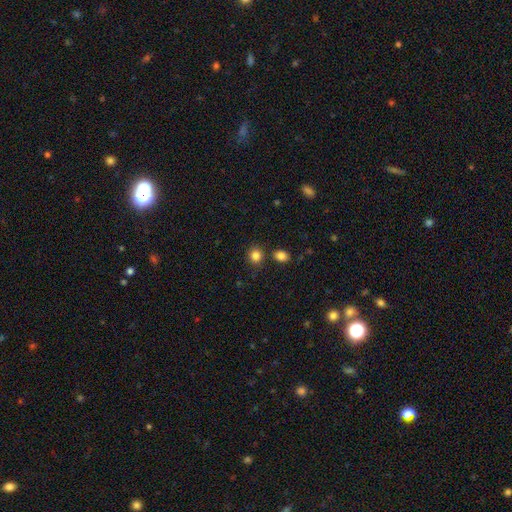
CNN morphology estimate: smooth 84%, star or artifact 11%, featured or disk 4%. Down the decision tree: how rounded — round (80%); merging — none (80%).